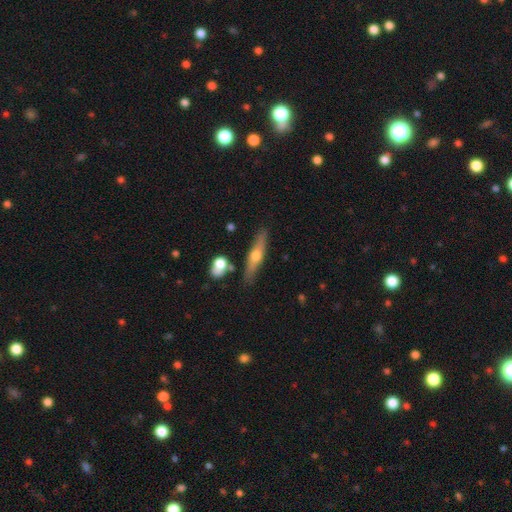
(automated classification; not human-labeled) This is possibly a featured or disk galaxy (57%). It is clearly viewed edge-on (91%). Edge-on bulge: clearly rounded (92%). Merging: clearly none (82%).